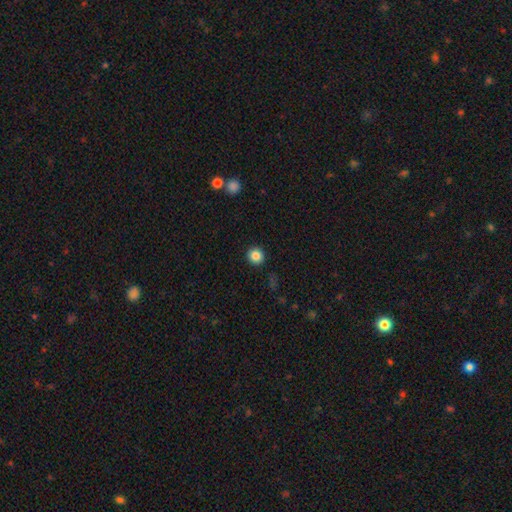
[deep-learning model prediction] A smooth galaxy with no disk features (85%) that is round (93%). Merging: none (92%).